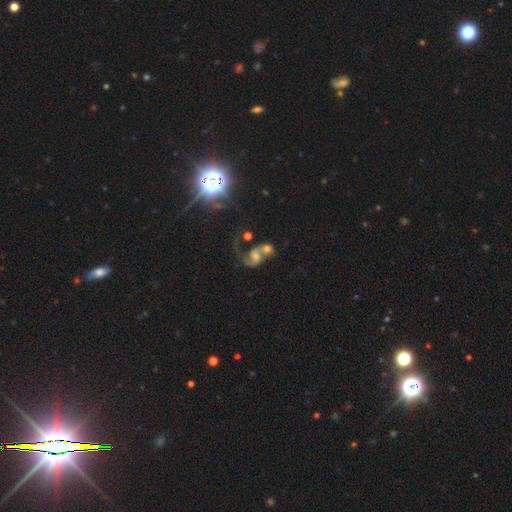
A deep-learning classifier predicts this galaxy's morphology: type=featured or disk (60%); edge-on=no (97%); bar=no (65%); spiral arms=yes (80%); bulge=moderate (38%); merging=merger (66%).